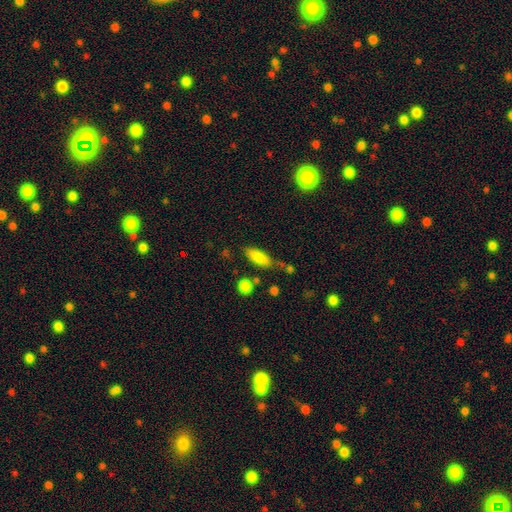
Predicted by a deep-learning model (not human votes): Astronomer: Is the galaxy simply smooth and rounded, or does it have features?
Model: smooth — 83%.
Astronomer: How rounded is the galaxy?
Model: in between — 70%.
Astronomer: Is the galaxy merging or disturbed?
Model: none — 64%.